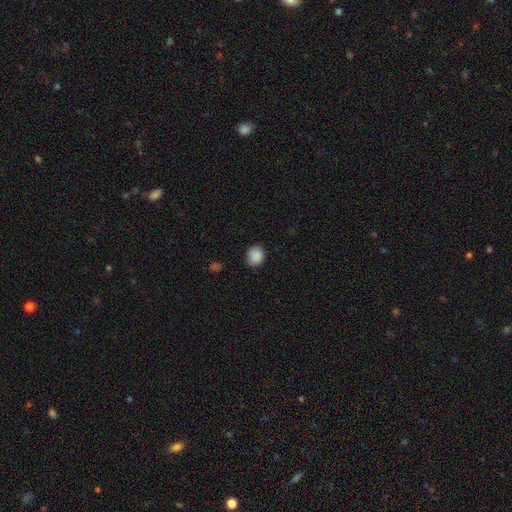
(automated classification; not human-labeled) This is clearly a smooth galaxy (88%). How rounded: likely round (66%). Merging: likely none (79%).